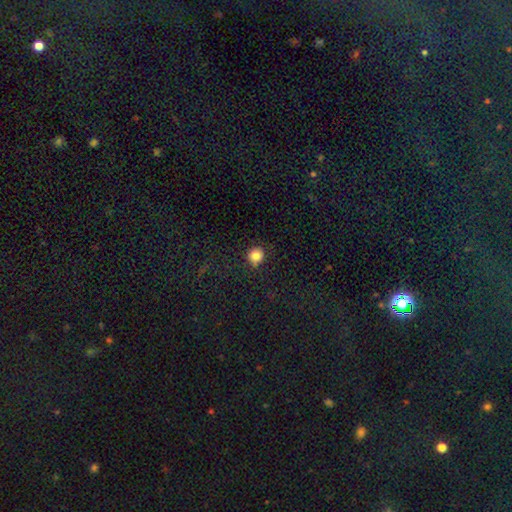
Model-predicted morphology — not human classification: Smooth or featured? smooth (82%)
How rounded? round (91%)
Merging? none (85%)